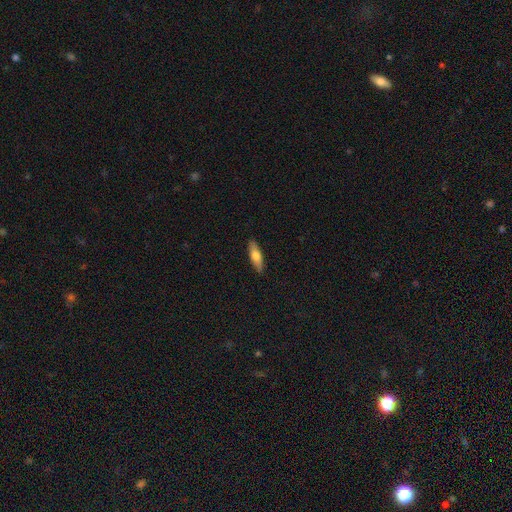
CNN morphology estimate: A smooth galaxy with no disk features (64%) that is cigar-shaped (59%). Merging: none (89%).